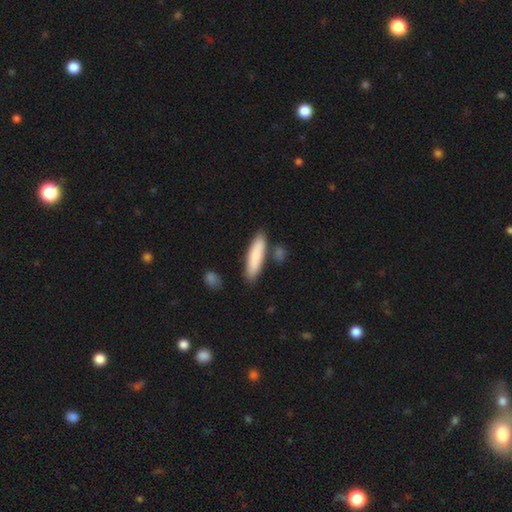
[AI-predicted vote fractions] Smooth or featured?
  - smooth: 83% *
  - featured or disk: 12%
  - star or artifact: 6%
How rounded?
  - cigar-shaped: 72% *
  - in between: 26%
  - round: 2%
Merging?
  - none: 78% *
  - minor disturbance: 12%
  - merger: 7%
  - major disturbance: 3%